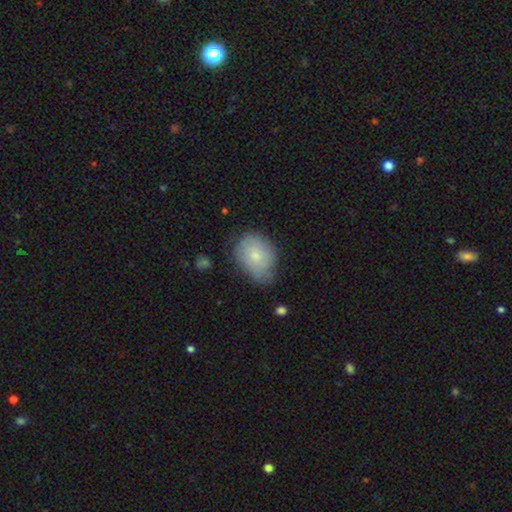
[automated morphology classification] This is likely a smooth galaxy (73%). How rounded: likely in between (65%). Merging: possibly none (53%).